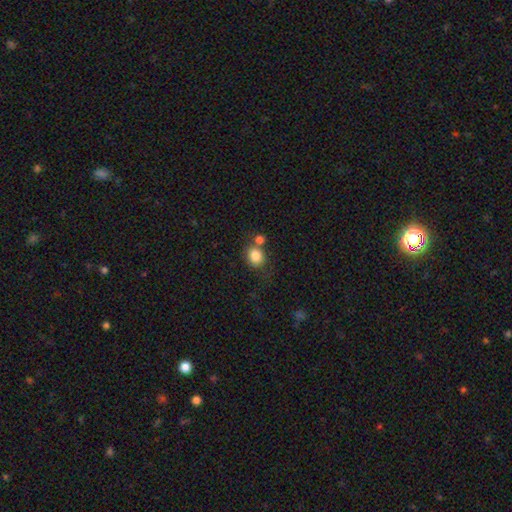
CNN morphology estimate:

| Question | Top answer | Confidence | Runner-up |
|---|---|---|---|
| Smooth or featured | smooth | 84% | star or artifact (10%) |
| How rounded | round | 72% | in between (27%) |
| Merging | none | 61% | merger (23%) |